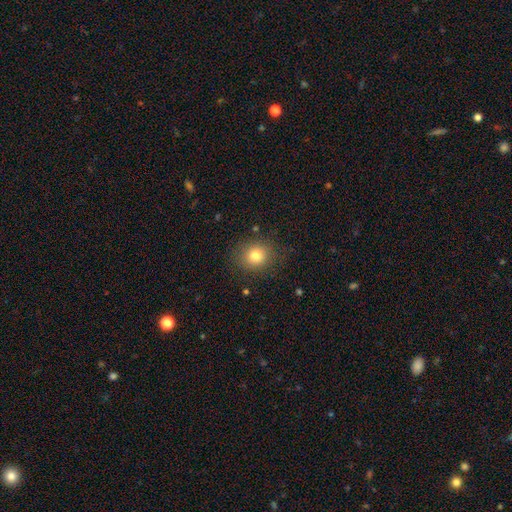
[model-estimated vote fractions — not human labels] Smooth or featured?
  - smooth: 79% *
  - star or artifact: 12%
  - featured or disk: 9%
How rounded?
  - round: 76% *
  - in between: 23%
  - cigar-shaped: 1%
Merging?
  - none: 85% *
  - minor disturbance: 10%
  - major disturbance: 4%
  - merger: 1%